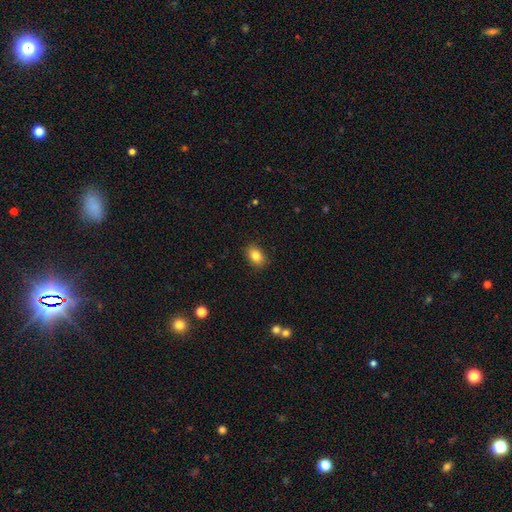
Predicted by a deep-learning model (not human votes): This appears to be a smooth galaxy with no disk features (83%) that is in between round and cigar-shaped (78%). Merging: none (88%).